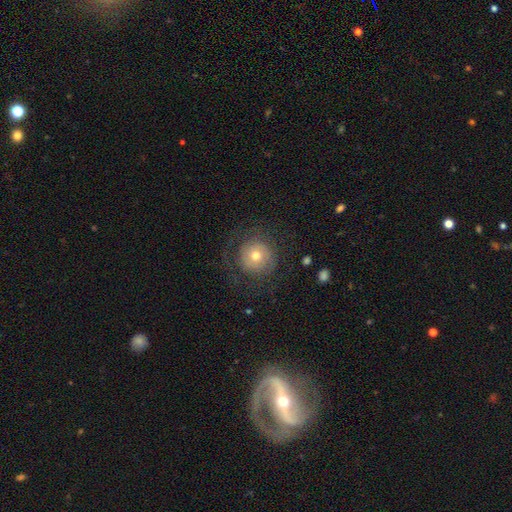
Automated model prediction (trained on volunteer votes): Overall: smooth (47%; featured or disk 43%). Merging: none (69%).